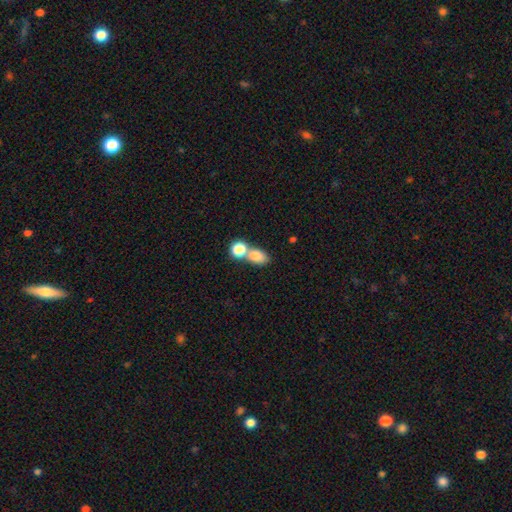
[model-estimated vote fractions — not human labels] This appears to be a smooth galaxy with no disk features (79%) that is in between round and cigar-shaped (70%). Merging: merger (51%).